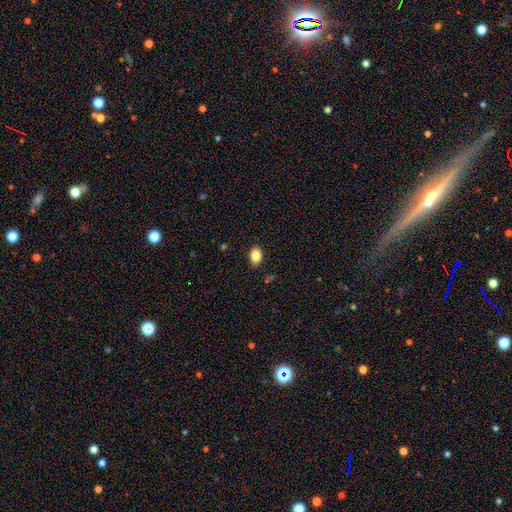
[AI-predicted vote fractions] This is clearly a smooth galaxy (85%). How rounded: clearly in between (80%). Merging: clearly none (89%).